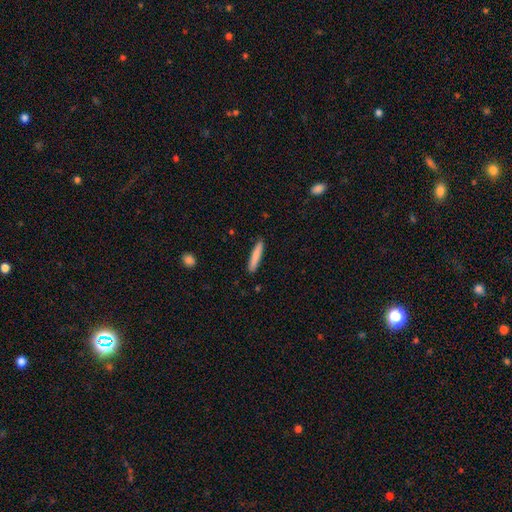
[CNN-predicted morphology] Smooth or featured? Predicted: smooth (p=0.82). How rounded? Predicted: cigar-shaped (p=0.92). Merging? Predicted: none (p=0.90).